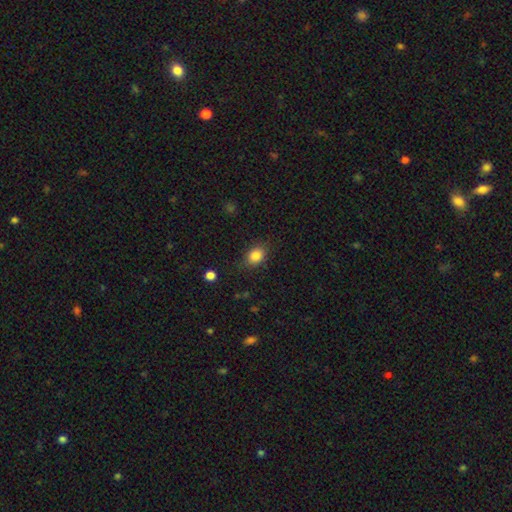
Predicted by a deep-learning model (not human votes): smooth-or-featured: smooth: 85% | star or artifact: 9% | featured or disk: 5%
  how-rounded: in between: 64% | round: 35% | cigar-shaped: 1%
  merging: none: 80% | minor disturbance: 14% | major disturbance: 4% | merger: 1%